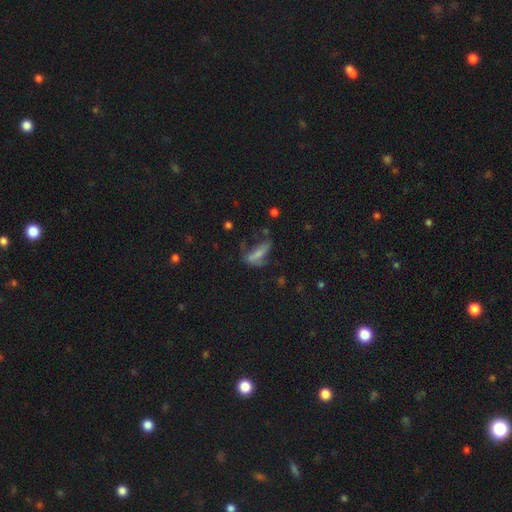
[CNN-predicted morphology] A smooth galaxy with no disk features (47%).

Vote fractions:
- Smooth or featured? smooth: 47% / featured or disk: 35% / star or artifact: 18%
- Merging? none: 38% / major disturbance: 31% / minor disturbance: 25% / merger: 5%